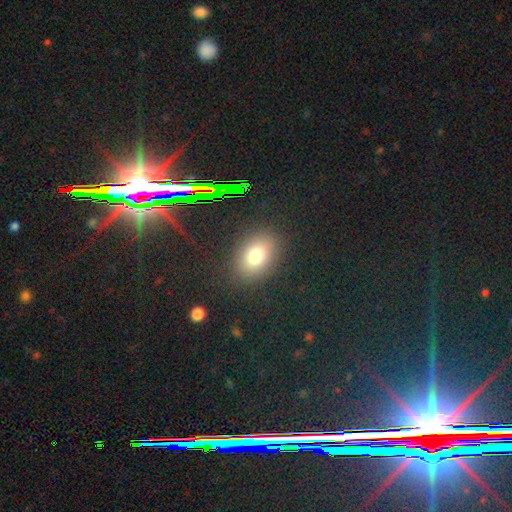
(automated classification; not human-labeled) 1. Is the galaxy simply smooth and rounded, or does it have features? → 76% smooth, 14% star or artifact, 10% featured or disk.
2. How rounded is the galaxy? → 71% in between, 27% round, 1% cigar-shaped.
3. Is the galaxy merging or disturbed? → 86% none, 9% minor disturbance, 4% major disturbance, 1% merger.